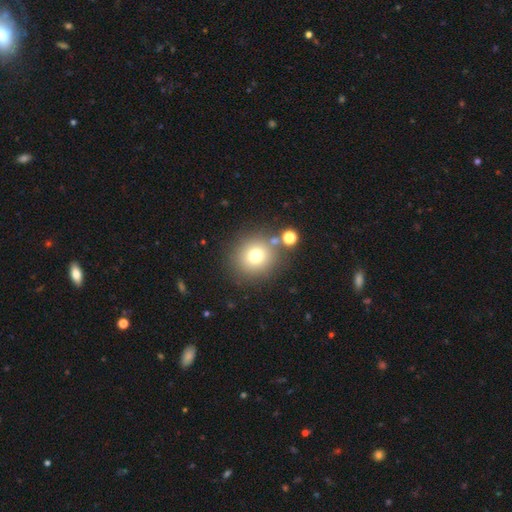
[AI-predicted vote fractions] Q: Smooth or featured?
A: smooth (73%); runner-up: star or artifact (15%)
Q: How rounded?
A: round (91%); runner-up: in between (8%)
Q: Merging?
A: none (80%); runner-up: merger (8%)